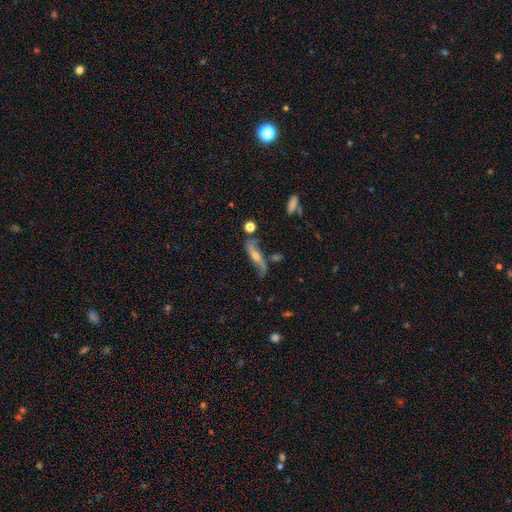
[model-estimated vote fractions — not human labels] A featured or disk galaxy (71%).

Vote fractions:
- Smooth or featured? featured or disk: 71% / smooth: 20% / star or artifact: 9%
- Edge-on disk? no: 60% / yes: 40%
- Merging? none: 60% / minor disturbance: 22% / major disturbance: 10% / merger: 8%